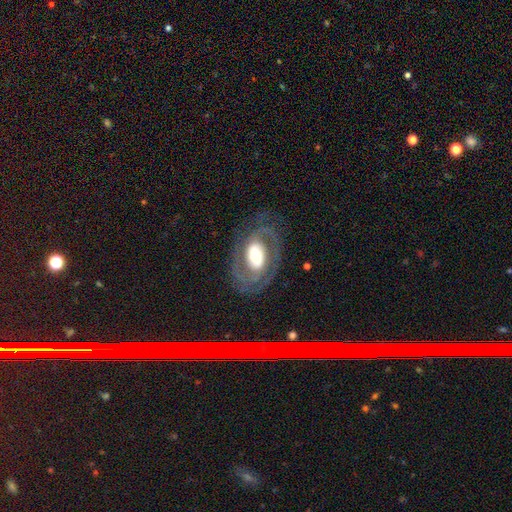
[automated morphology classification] A featured or disk galaxy (82%) with no bar (42%), 2 (81%) medium (44%) spiral arms (88%) and a moderate central bulge (43%). Merging: none (75%).